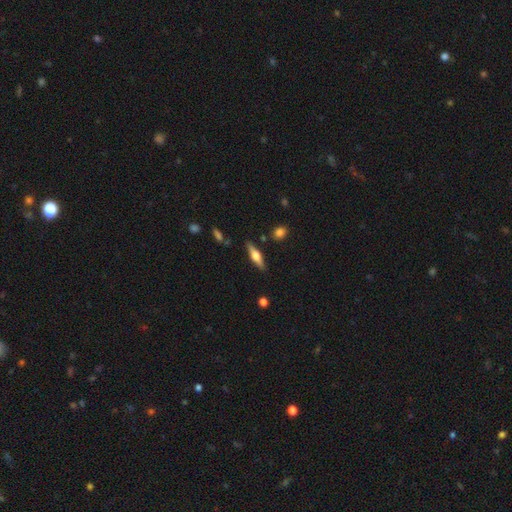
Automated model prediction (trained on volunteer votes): featured or disk 53%, smooth 41%, star or artifact 6%. Down the decision tree: edge-on disk — yes (94%); merging — none (85%).